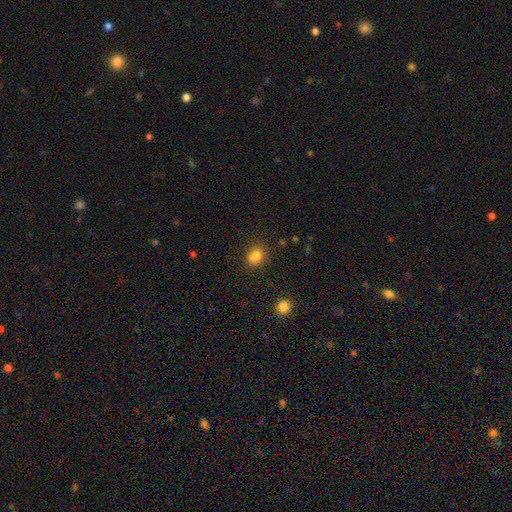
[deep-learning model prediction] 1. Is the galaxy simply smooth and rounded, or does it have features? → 79% smooth, 13% star or artifact, 8% featured or disk.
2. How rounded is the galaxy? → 61% round, 38% in between, 1% cigar-shaped.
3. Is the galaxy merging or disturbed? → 62% none, 18% minor disturbance, 15% merger, 5% major disturbance.